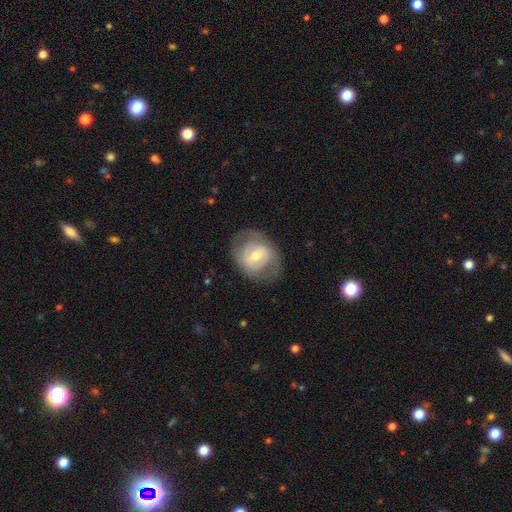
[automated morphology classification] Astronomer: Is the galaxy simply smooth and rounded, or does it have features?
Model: featured or disk — 60%.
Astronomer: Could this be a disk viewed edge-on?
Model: no — 96%.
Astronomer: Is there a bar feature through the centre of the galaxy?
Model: weak — 47% (runner-up: no, 32%).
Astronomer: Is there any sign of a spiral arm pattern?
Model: yes — 61% (runner-up: no, 39%).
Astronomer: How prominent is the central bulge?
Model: moderate — 58% (runner-up: small, 35%).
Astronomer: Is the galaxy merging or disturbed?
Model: none — 69%.